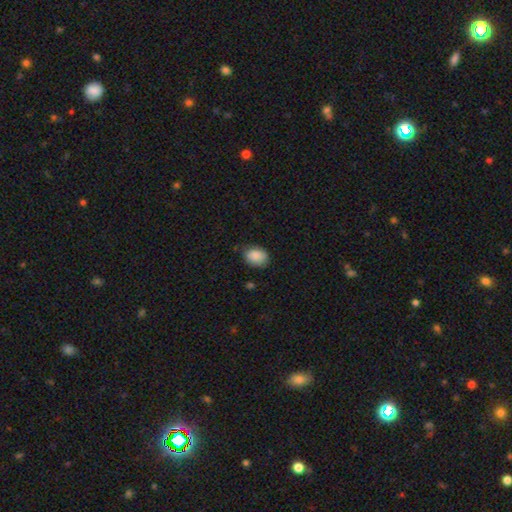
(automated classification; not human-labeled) Smooth or featured? smooth (87%)
How rounded? in between (67%)
Merging? none (71%)